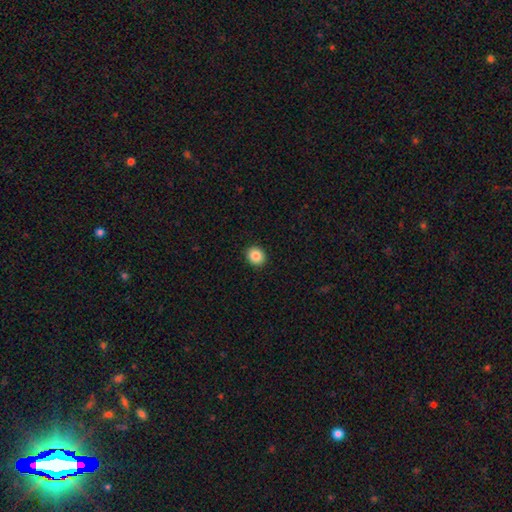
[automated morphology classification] Q: Smooth or featured?
A: smooth (86%); runner-up: star or artifact (9%)
Q: How rounded?
A: round (80%); runner-up: in between (19%)
Q: Merging?
A: none (92%); runner-up: minor disturbance (5%)